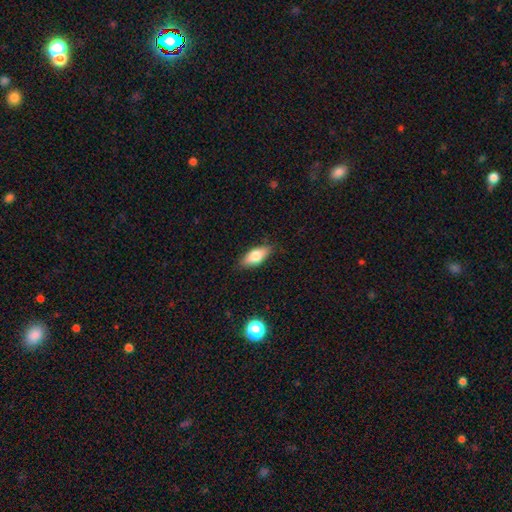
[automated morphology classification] The model was most divided on "smooth or featured": smooth: 71%, featured or disk: 22%, star or artifact: 7%. More confident: merging — none (84%); how rounded — in between (80%).